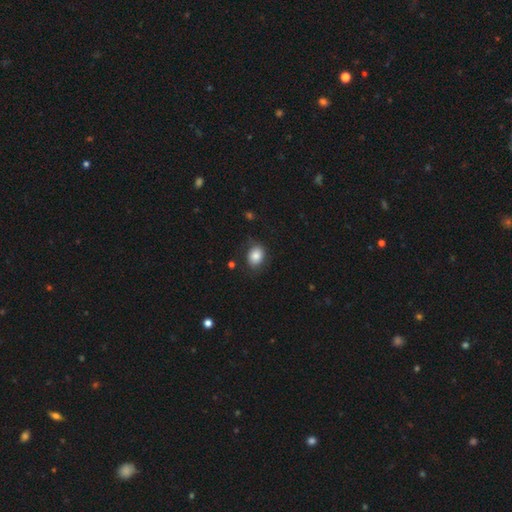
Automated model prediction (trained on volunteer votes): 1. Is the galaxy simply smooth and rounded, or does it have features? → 83% smooth, 9% star or artifact, 8% featured or disk.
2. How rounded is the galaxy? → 60% in between, 40% round, 1% cigar-shaped.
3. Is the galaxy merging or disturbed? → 75% none, 18% minor disturbance, 6% major disturbance, 2% merger.